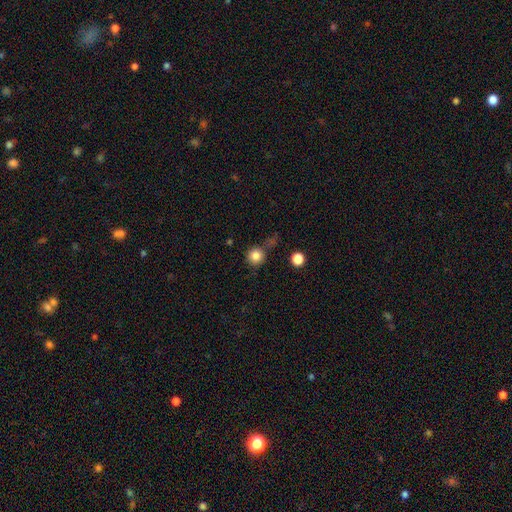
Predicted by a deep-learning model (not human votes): smooth-or-featured: smooth: 82% | star or artifact: 11% | featured or disk: 6%
  how-rounded: round: 93% | in between: 6% | cigar-shaped: 1%
  merging: none: 70% | minor disturbance: 14% | merger: 10% | major disturbance: 6%